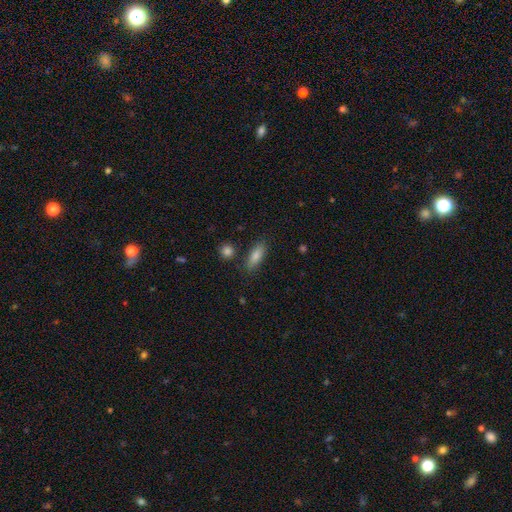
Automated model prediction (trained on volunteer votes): Smooth or featured?
  - smooth: 80% *
  - featured or disk: 11%
  - star or artifact: 9%
How rounded?
  - in between: 61% *
  - cigar-shaped: 35%
  - round: 3%
Merging?
  - none: 83% *
  - minor disturbance: 10%
  - merger: 4%
  - major disturbance: 3%